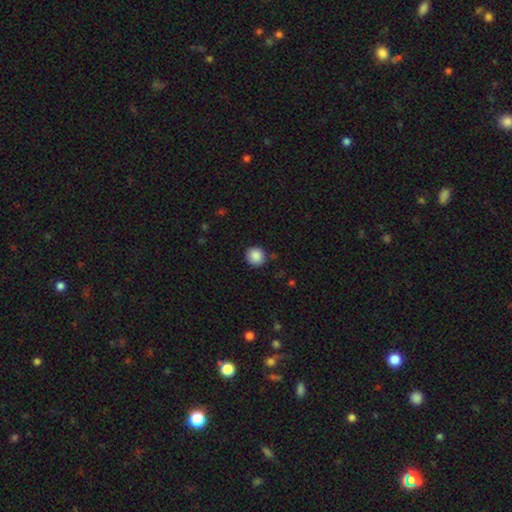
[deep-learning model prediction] Overall: smooth (88%). How rounded: round (93%). Merging: none (89%).